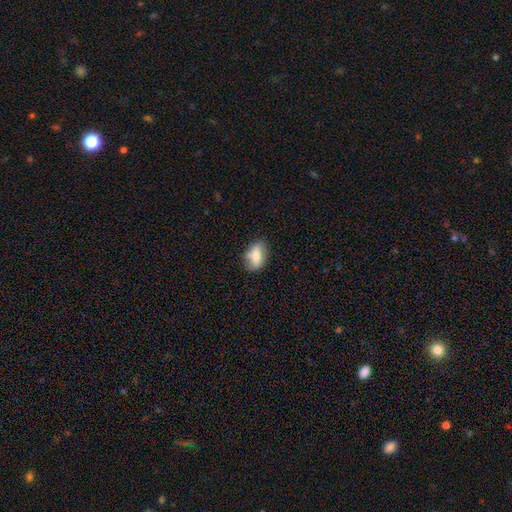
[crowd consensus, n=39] Smooth or featured?
  - smooth: 69% *
  - featured or disk: 23%
  - star or artifact: 8%
How rounded?
  - in between: 67% *
  - cigar-shaped: 30%
  - round: 4%
Merging?
  - none: 72% *
  - minor disturbance: 22%
  - major disturbance: 3%
  - merger: 3%